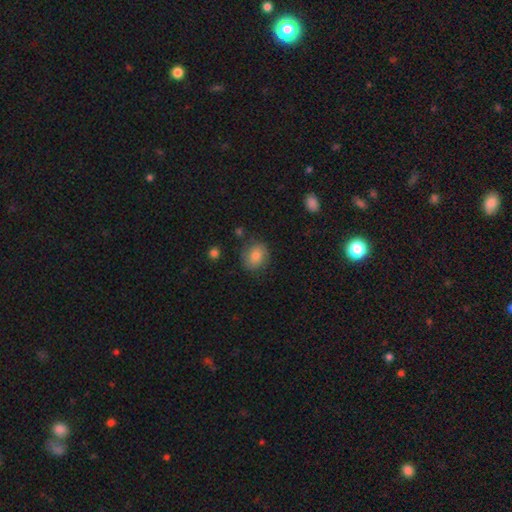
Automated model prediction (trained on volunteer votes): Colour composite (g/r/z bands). It shows a smooth galaxy with no disk features (72%) that is round (66%). Merging: none (79%).